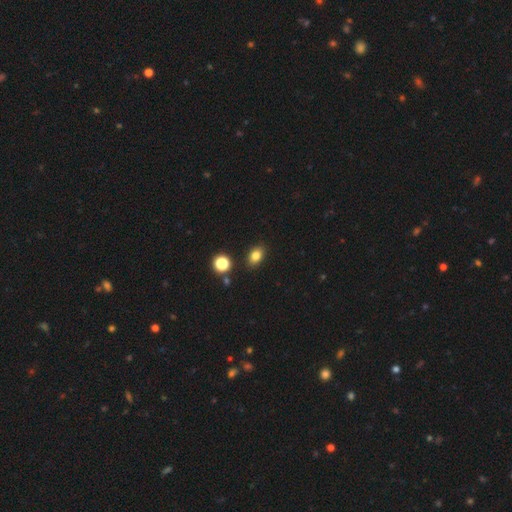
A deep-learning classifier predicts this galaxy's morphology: This is clearly a smooth galaxy (81%). How rounded: likely in between (73%). Merging: clearly none (85%).